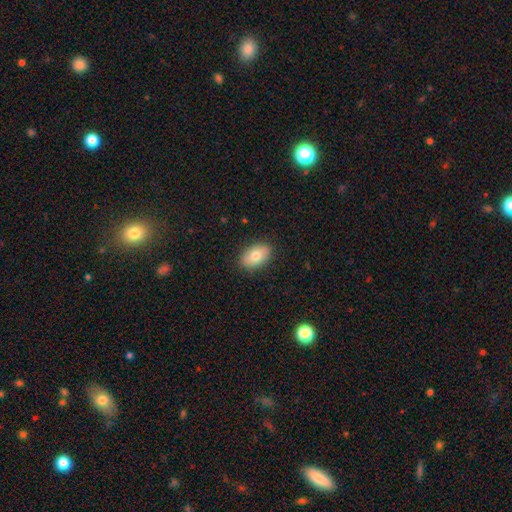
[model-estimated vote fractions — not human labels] Smooth or featured: smooth — 79% (featured or disk — 14%)
How rounded: in between — 88% (round — 10%)
Merging: none — 87% (minor disturbance — 10%)